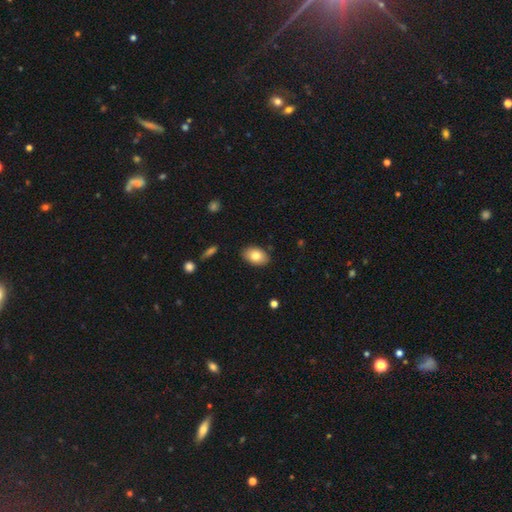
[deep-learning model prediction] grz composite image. It shows a smooth galaxy with no disk features (79%) that is in between round and cigar-shaped (89%). Merging: none (87%).